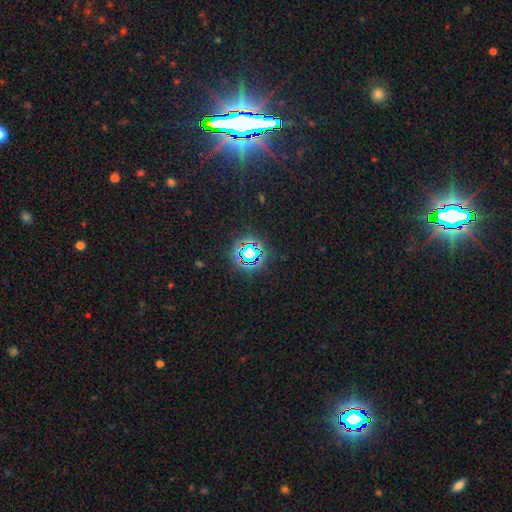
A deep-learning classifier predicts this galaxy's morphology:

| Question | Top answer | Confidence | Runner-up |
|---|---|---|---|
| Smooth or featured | star or artifact | 83% | smooth (10%) |